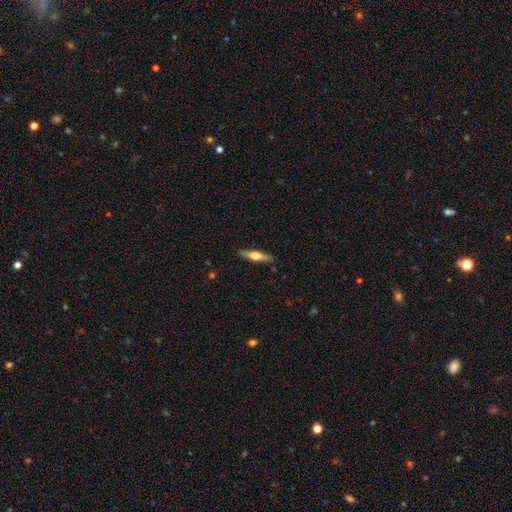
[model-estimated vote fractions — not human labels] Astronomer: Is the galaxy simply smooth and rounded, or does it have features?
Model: featured or disk — 49% (runner-up: smooth, 45%).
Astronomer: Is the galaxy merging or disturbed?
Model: none — 88%.